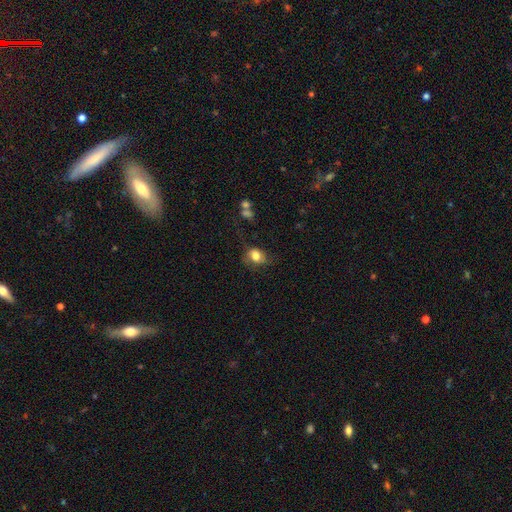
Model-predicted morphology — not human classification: Smooth or featured? smooth (76%)
How rounded? in between (59%)
Merging? none (51%)